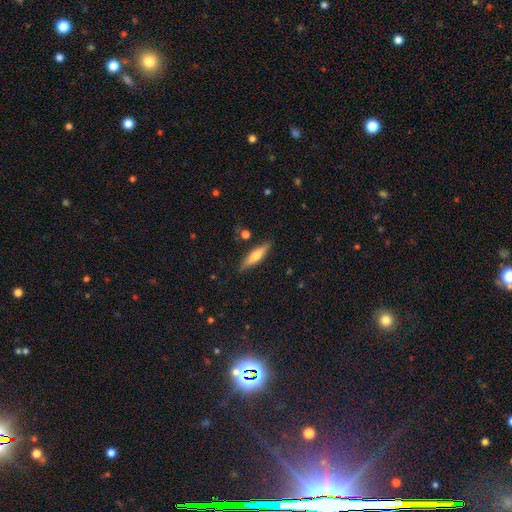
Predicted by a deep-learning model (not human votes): smooth_or_featured: smooth (p=0.55) [alt: featured or disk p=0.38]
how_rounded: cigar-shaped (p=0.76) [alt: in between p=0.22]
merging: none (p=0.85) [alt: minor disturbance p=0.10]